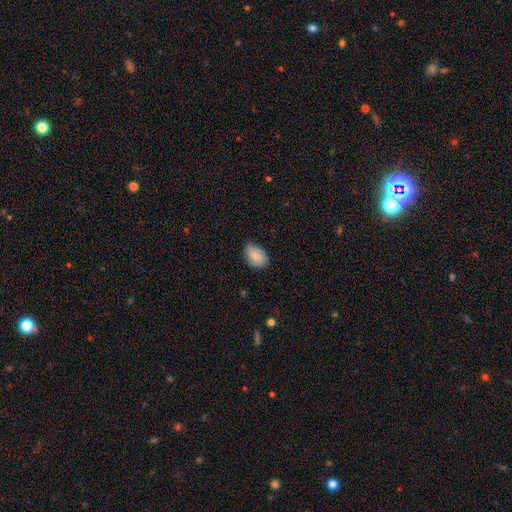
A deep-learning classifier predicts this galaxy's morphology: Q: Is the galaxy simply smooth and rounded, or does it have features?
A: smooth — 83%.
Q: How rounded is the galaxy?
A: in between — 84%.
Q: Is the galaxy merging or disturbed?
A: none — 65%.